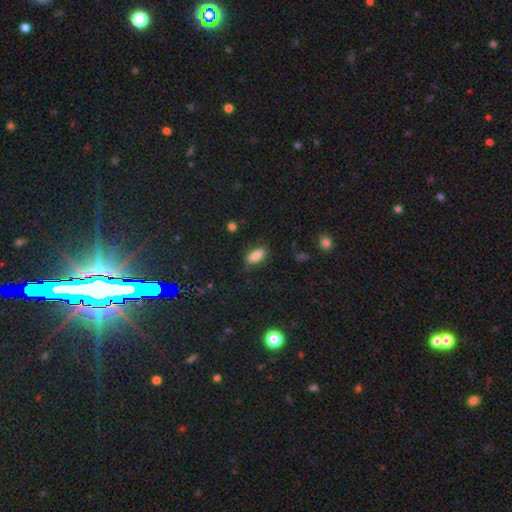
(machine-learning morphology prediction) smooth 80%, star or artifact 10%, featured or disk 10%. Down the decision tree: how rounded — in between (87%); merging — none (78%).